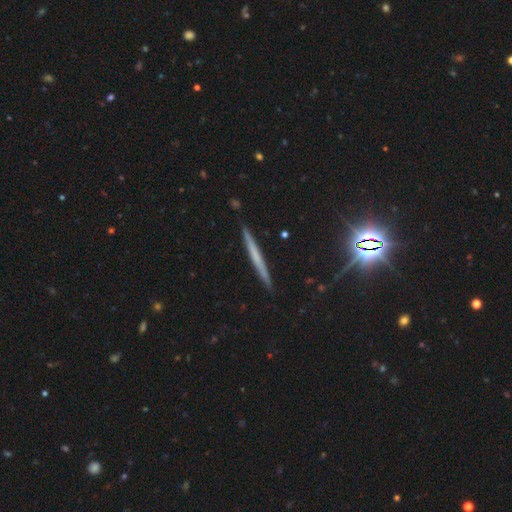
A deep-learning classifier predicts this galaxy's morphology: A featured or disk galaxy (45%).

Vote fractions:
- Smooth or featured? featured or disk: 45% / smooth: 42% / star or artifact: 13%
- Merging? none: 90% / minor disturbance: 7% / major disturbance: 1% / merger: 1%